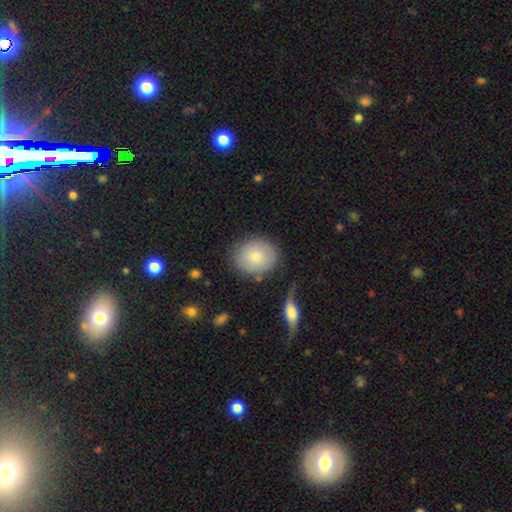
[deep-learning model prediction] Smooth or featured: smooth — 74% (featured or disk — 18%)
How rounded: round — 66% (in between — 33%)
Merging: none — 82% (minor disturbance — 12%)